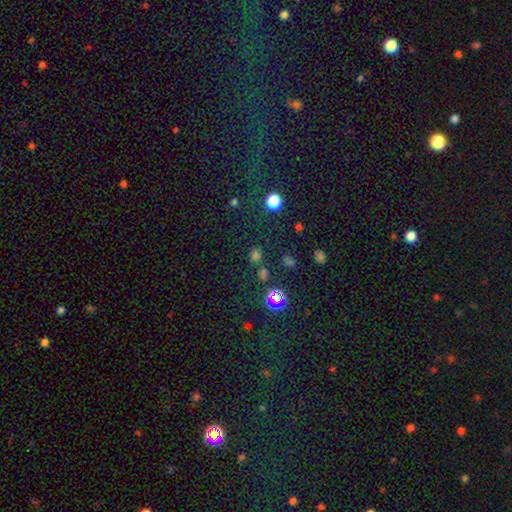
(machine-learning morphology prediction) This appears to be a smooth galaxy with no disk features (58%) that is round (83%). Merging: none (74%).